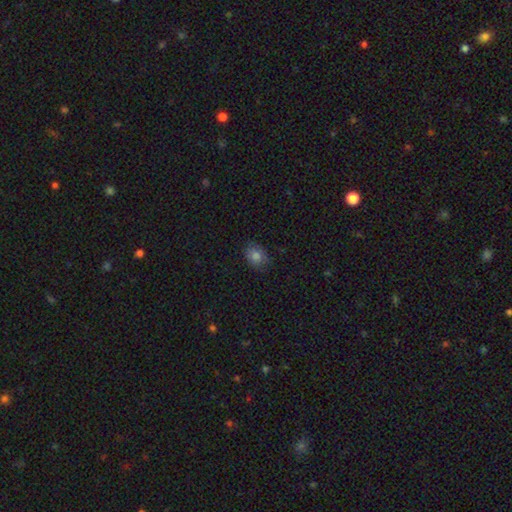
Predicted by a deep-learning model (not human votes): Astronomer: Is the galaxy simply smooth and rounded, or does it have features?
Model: smooth — 81%.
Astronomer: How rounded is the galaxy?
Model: in between — 61% (runner-up: round, 38%).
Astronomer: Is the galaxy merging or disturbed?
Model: none — 81%.